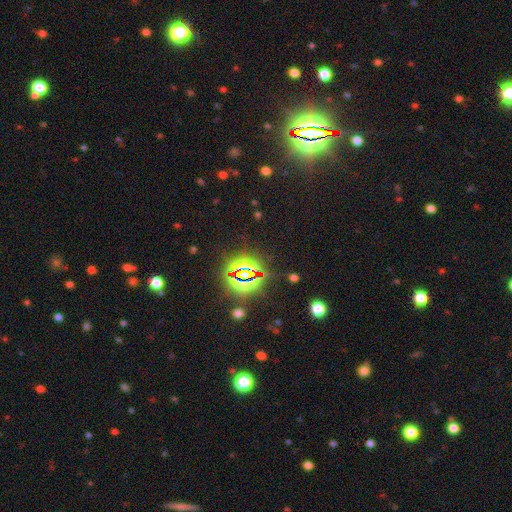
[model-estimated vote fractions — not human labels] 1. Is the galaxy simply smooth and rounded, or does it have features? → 84% star or artifact, 10% smooth, 6% featured or disk.